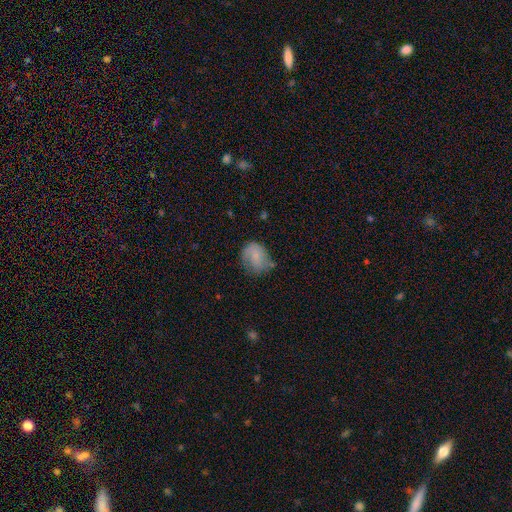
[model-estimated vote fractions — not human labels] Q: Smooth or featured?
A: smooth (62%); runner-up: featured or disk (30%)
Q: How rounded?
A: round (53%); runner-up: in between (46%)
Q: Merging?
A: none (46%); runner-up: minor disturbance (35%)